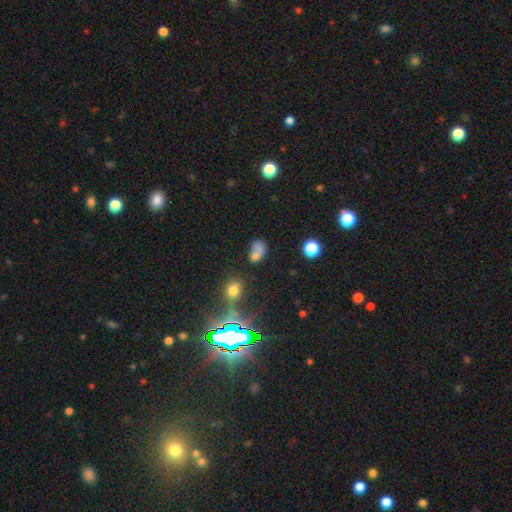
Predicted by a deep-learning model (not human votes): Q: Smooth or featured?
A: smooth (65%); runner-up: star or artifact (19%)
Q: How rounded?
A: in between (69%); runner-up: round (29%)
Q: Merging?
A: merger (42%); runner-up: none (29%)